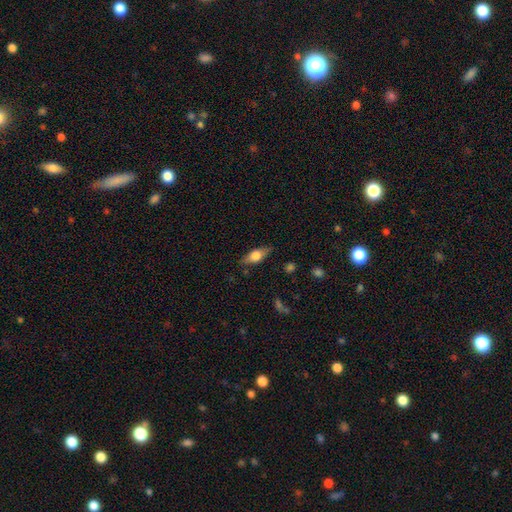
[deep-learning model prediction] The model was most divided on "smooth or featured": smooth: 48%, featured or disk: 45%, star or artifact: 7%. More confident: merging — none (81%).